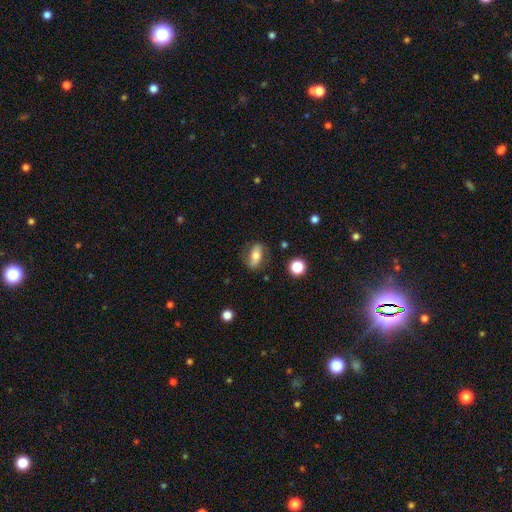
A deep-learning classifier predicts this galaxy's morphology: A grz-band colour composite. It shows a smooth galaxy with no disk features (52%) that is in between round and cigar-shaped (78%). Merging: none (76%).